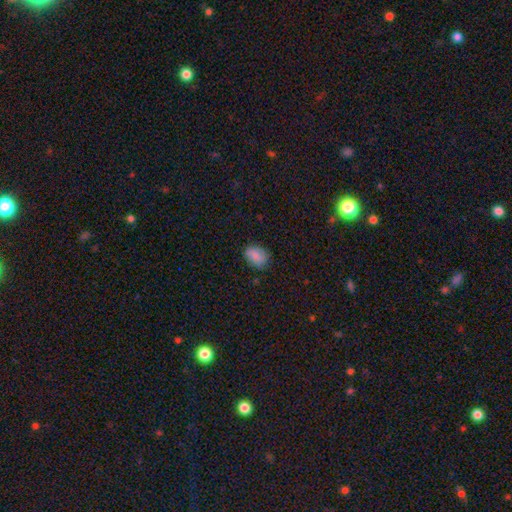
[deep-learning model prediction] Smooth or featured?
  - smooth: 84% *
  - star or artifact: 8%
  - featured or disk: 8%
How rounded?
  - in between: 69% *
  - round: 29%
  - cigar-shaped: 1%
Merging?
  - none: 73% *
  - minor disturbance: 21%
  - major disturbance: 4%
  - merger: 1%